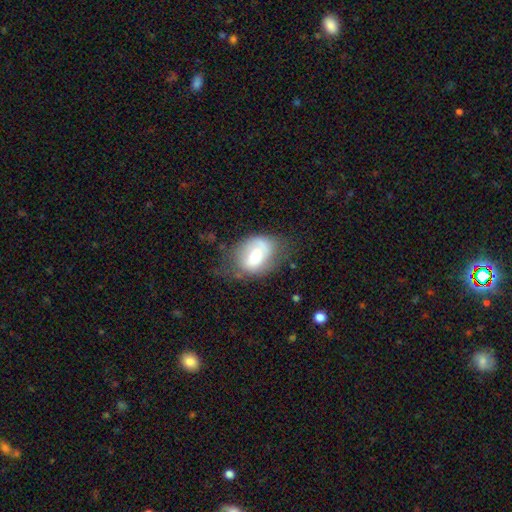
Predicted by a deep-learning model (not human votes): Smooth or featured: smooth — 60% (featured or disk — 33%)
How rounded: in between — 75% (round — 24%)
Merging: none — 44% (minor disturbance — 31%)